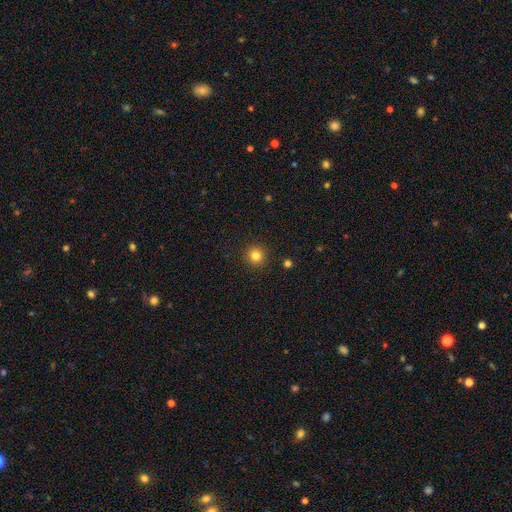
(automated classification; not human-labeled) Smooth or featured: smooth — 82% (star or artifact — 13%)
How rounded: round — 94% (in between — 5%)
Merging: none — 91% (minor disturbance — 5%)